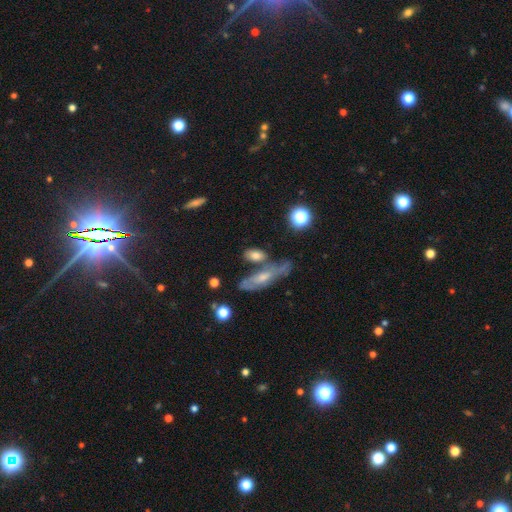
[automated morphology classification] smooth 65%, featured or disk 25%, star or artifact 10%. Down the decision tree: how rounded — in between (73%); merging — none (53%).